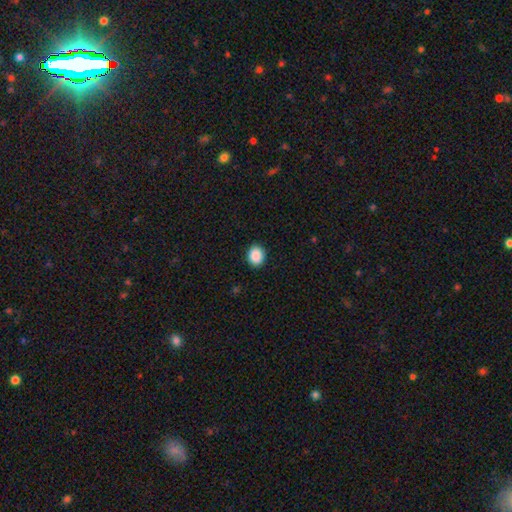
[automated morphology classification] smooth 89%, star or artifact 8%, featured or disk 3%. Down the decision tree: how rounded — round (57%); merging — none (91%).